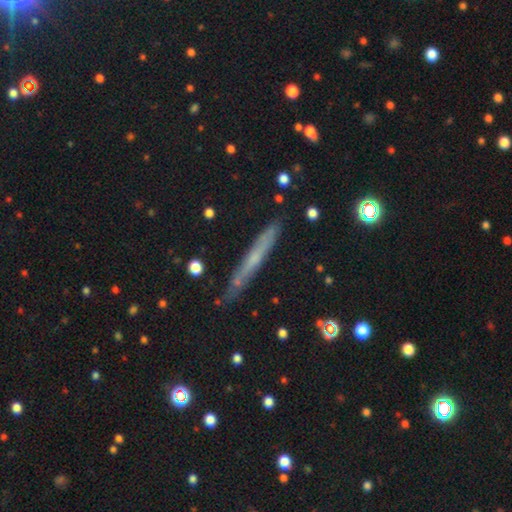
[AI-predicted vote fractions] This is possibly a smooth galaxy (45%, tied with featured or disk). Merging: clearly none (81%).